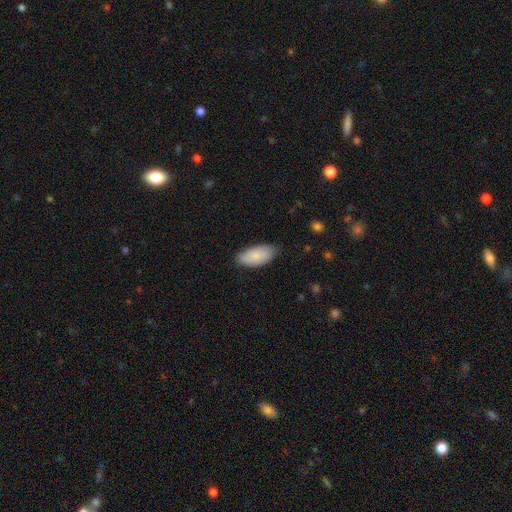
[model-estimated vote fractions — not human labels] Q: Smooth or featured?
A: smooth (84%); runner-up: featured or disk (10%)
Q: How rounded?
A: in between (93%); runner-up: cigar-shaped (5%)
Q: Merging?
A: none (78%); runner-up: minor disturbance (18%)